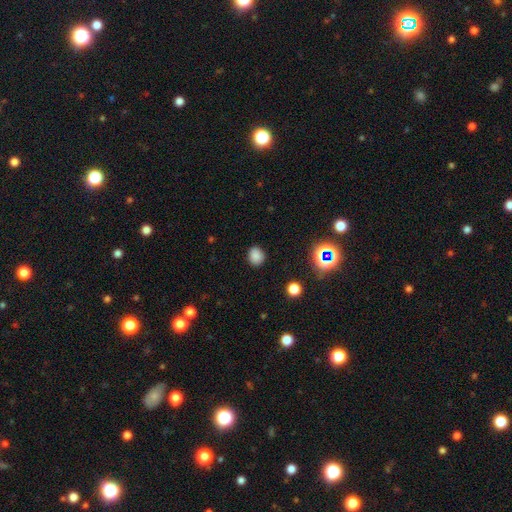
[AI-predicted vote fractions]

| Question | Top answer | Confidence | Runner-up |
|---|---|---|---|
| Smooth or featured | smooth | 81% | star or artifact (15%) |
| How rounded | round | 66% | in between (33%) |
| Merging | none | 87% | minor disturbance (9%) |